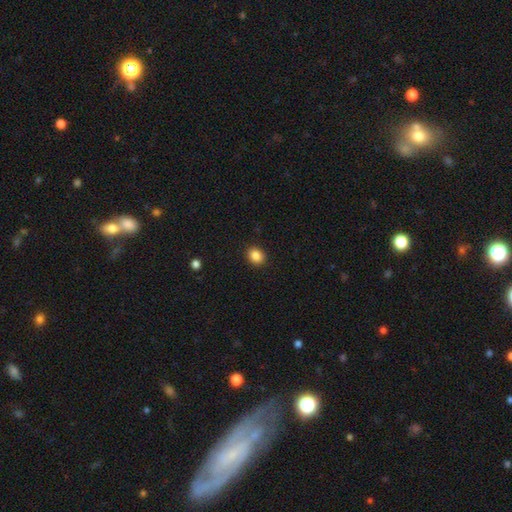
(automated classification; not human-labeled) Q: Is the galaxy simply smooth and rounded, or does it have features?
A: smooth — 86%.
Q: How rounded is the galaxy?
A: round — 61%.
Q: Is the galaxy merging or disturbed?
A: none — 91%.